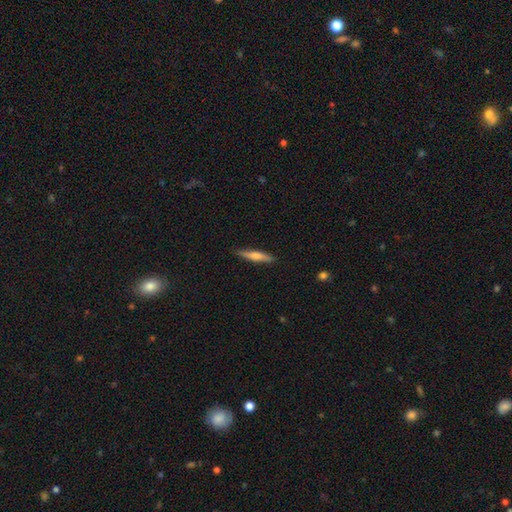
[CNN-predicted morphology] Smooth or featured? Predicted: smooth (p=0.52). How rounded? Predicted: cigar-shaped (p=0.89). Merging? Predicted: none (p=0.88).